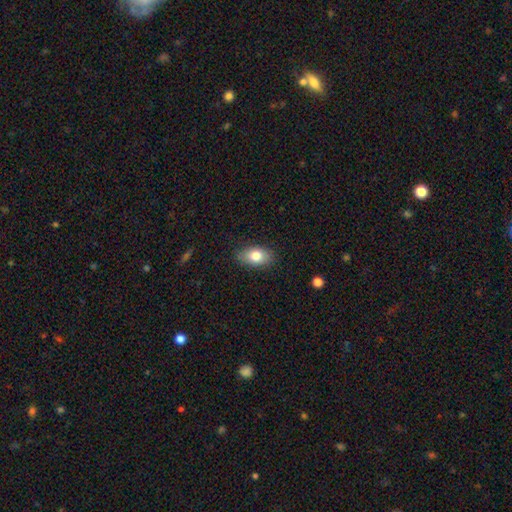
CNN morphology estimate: A smooth galaxy with no disk features (79%) that is in between round and cigar-shaped (87%).

Vote fractions:
- Smooth or featured? smooth: 79% / featured or disk: 13% / star or artifact: 8%
- How rounded? in between: 87% / round: 11% / cigar-shaped: 2%
- Merging? none: 84% / minor disturbance: 12% / major disturbance: 3% / merger: 1%